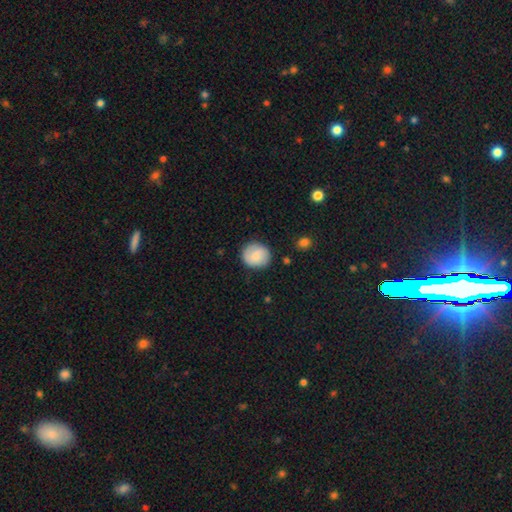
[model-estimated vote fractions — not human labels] Overall: smooth (72%). How rounded: round (81%). Merging: none (82%).